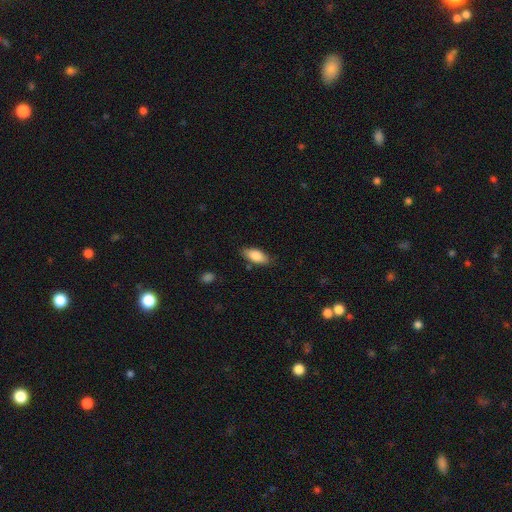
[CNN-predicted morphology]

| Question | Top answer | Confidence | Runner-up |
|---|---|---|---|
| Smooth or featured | smooth | 84% | featured or disk (9%) |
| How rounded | in between | 85% | cigar-shaped (13%) |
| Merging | none | 80% | minor disturbance (15%) |